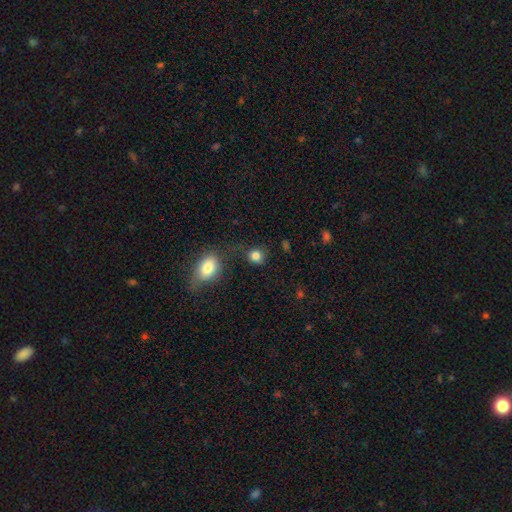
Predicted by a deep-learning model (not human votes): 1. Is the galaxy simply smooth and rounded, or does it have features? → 84% smooth, 11% star or artifact, 6% featured or disk.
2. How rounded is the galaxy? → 79% round, 20% in between, 1% cigar-shaped.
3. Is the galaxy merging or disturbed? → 69% none, 15% minor disturbance, 10% merger, 6% major disturbance.